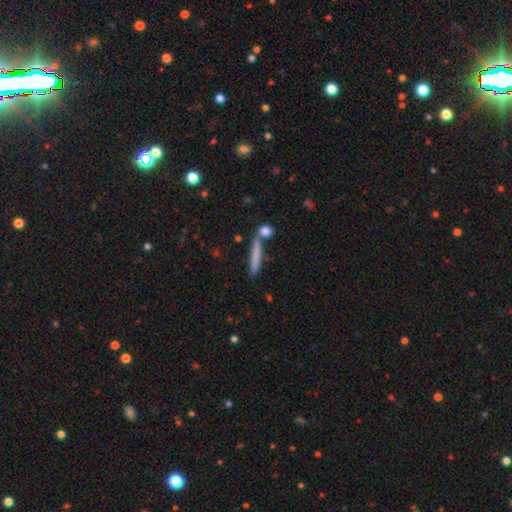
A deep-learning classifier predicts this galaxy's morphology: This is likely a smooth galaxy (72%). How rounded: clearly cigar-shaped (92%). Merging: likely none (75%).